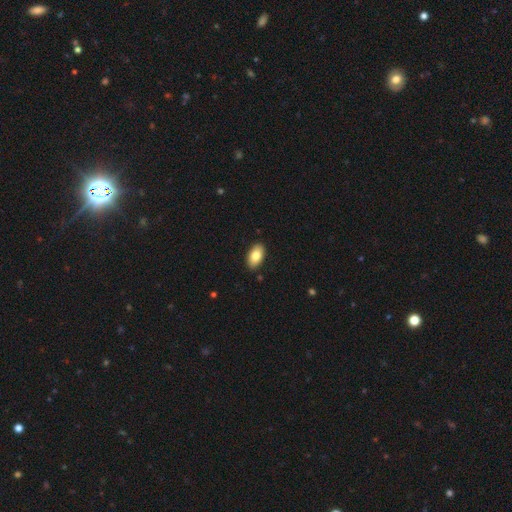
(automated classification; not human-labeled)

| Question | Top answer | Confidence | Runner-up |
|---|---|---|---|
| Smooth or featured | smooth | 83% | featured or disk (10%) |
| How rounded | in between | 94% | round (4%) |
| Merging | none | 89% | minor disturbance (8%) |